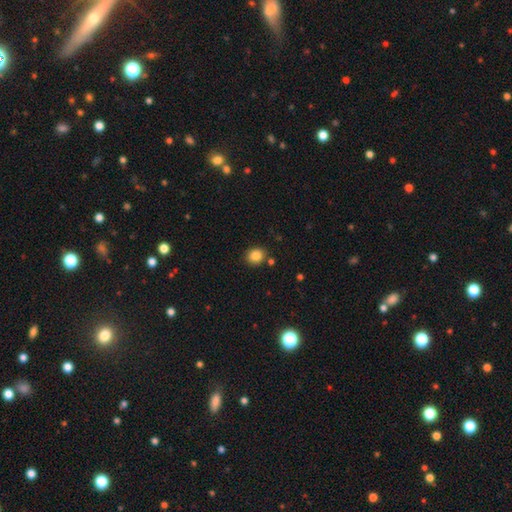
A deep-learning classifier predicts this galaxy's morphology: Smooth or featured?
  - smooth: 85% *
  - star or artifact: 10%
  - featured or disk: 4%
How rounded?
  - round: 71% *
  - in between: 28%
  - cigar-shaped: 1%
Merging?
  - none: 83% *
  - minor disturbance: 9%
  - merger: 5%
  - major disturbance: 3%